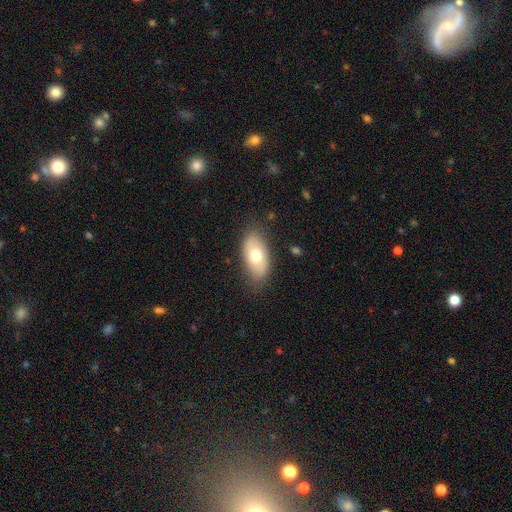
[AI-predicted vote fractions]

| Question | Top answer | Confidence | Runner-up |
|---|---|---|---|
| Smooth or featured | smooth | 68% | featured or disk (26%) |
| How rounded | in between | 92% | round (4%) |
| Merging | none | 80% | minor disturbance (15%) |